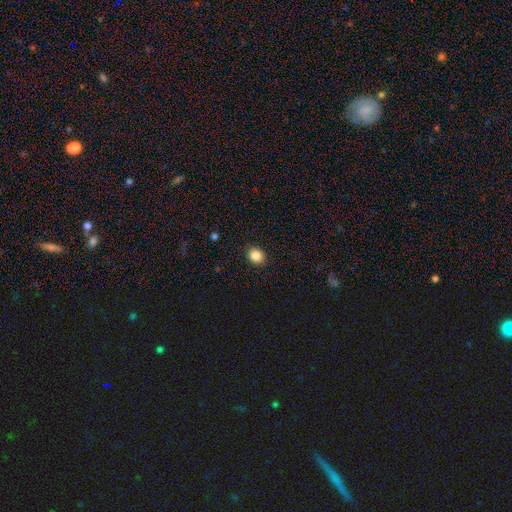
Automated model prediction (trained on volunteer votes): Smooth or featured? smooth (85%)
How rounded? round (69%)
Merging? none (90%)